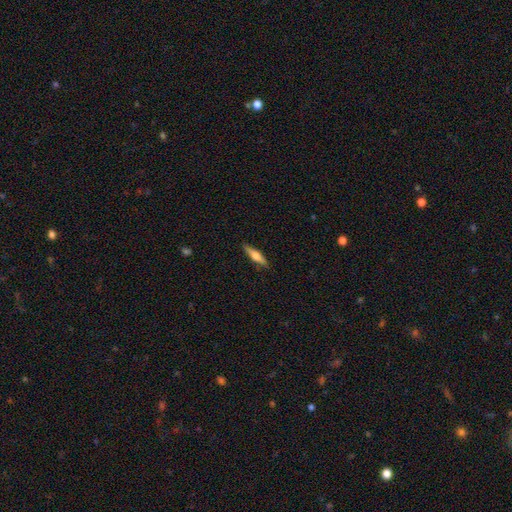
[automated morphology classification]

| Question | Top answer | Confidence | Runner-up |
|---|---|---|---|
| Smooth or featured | smooth | 50% | featured or disk (44%) |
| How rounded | cigar-shaped | 75% | in between (23%) |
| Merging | none | 88% | minor disturbance (9%) |